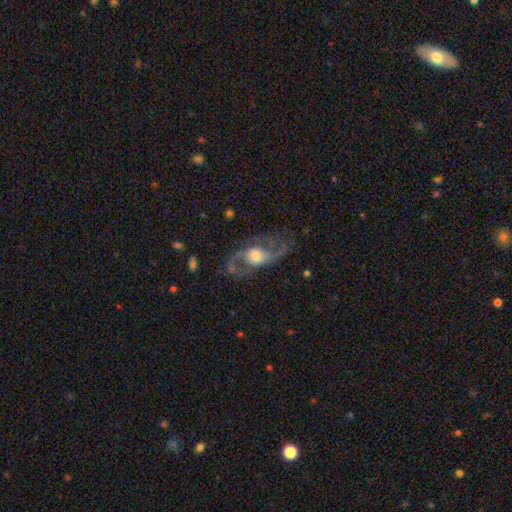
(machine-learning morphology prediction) A featured or disk galaxy (84%) with no bar (60%), 2 (89%) loose (50%) spiral arms (93%) and a moderate central bulge (53%).

Vote fractions:
- Smooth or featured? featured or disk: 84% / smooth: 10% / star or artifact: 6%
- Edge-on disk? no: 96% / yes: 4%
- Bar? no: 60% / weak: 31% / strong: 9%
- Spiral arms? yes: 93% / no: 7%
- Spiral winding? loose: 50% / medium: 42% / tight: 8%
- Spiral arm count? 2: 89% / can't tell: 3% / 1: 2% / 3: 2% / 4: 1% / more than 4: 1%
- Bulge size? moderate: 53% / large: 21% / small: 21% / dominant: 3% / none: 2%
- Merging? none: 66% / minor disturbance: 16% / major disturbance: 16% / merger: 2%